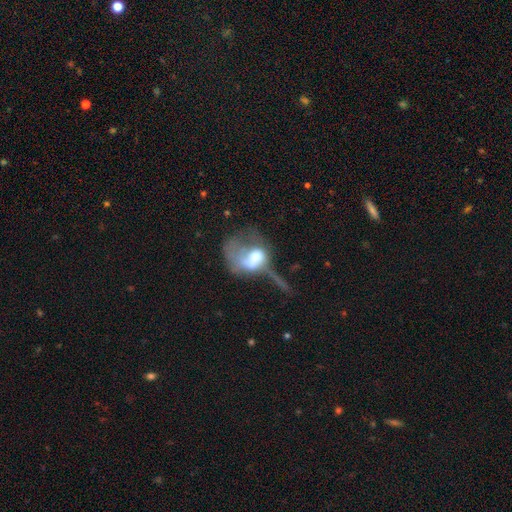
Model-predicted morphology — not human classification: smooth-or-featured: featured or disk: 49% | smooth: 41% | star or artifact: 10%
  merging: major disturbance: 59% | merger: 15% | none: 14% | minor disturbance: 12%